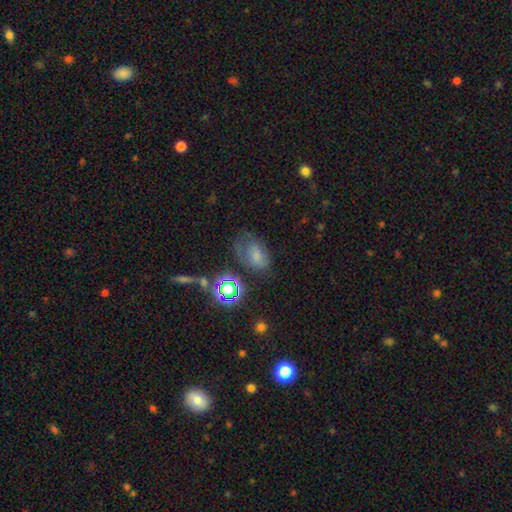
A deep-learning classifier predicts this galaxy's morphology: Smooth or featured: smooth — 63% (star or artifact — 20%)
How rounded: in between — 83% (round — 15%)
Merging: none — 44% (minor disturbance — 29%)